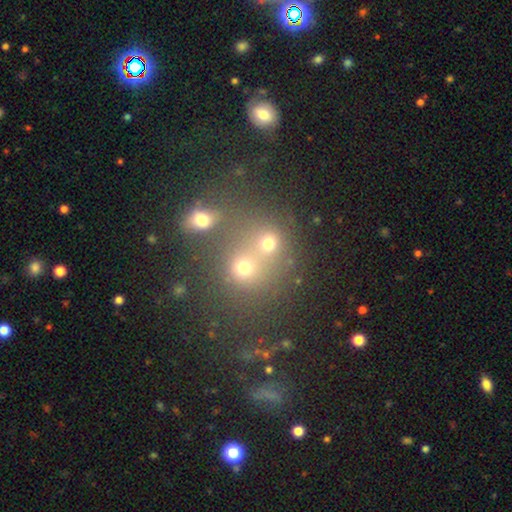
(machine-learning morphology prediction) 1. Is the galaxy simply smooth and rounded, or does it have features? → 50% smooth, 34% star or artifact, 16% featured or disk.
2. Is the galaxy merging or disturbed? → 45% none, 42% merger, 8% minor disturbance, 5% major disturbance.